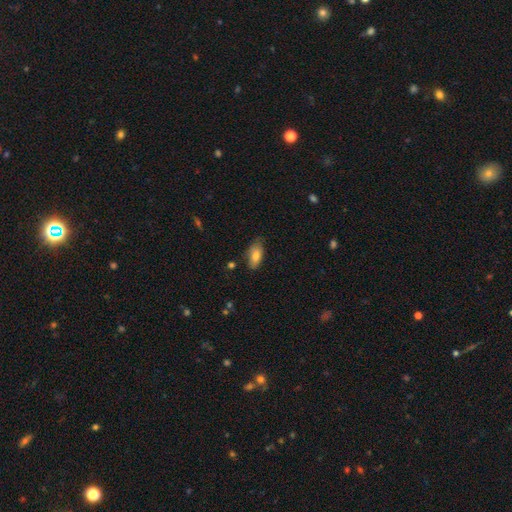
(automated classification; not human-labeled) smooth_or_featured: smooth (p=0.79) [alt: featured or disk p=0.14]
how_rounded: in between (p=0.88) [alt: cigar-shaped p=0.09]
merging: none (p=0.74) [alt: minor disturbance p=0.21]